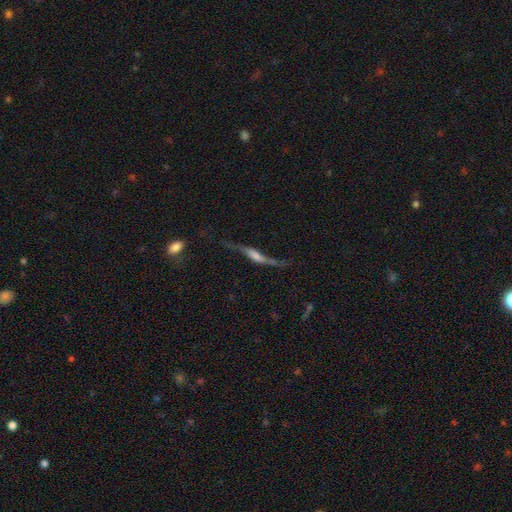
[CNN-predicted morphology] featured or disk 66%, smooth 24%, star or artifact 9%. Down the decision tree: edge-on disk — yes (64%); merging — none (48%).